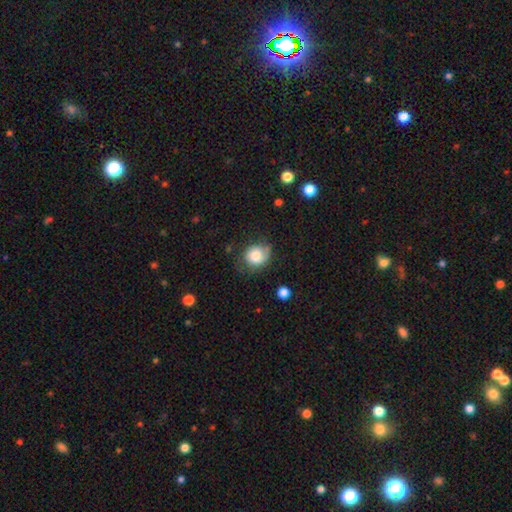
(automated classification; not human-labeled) smooth-or-featured: smooth: 74% | featured or disk: 17% | star or artifact: 9%
  how-rounded: round: 73% | in between: 26% | cigar-shaped: 1%
  merging: none: 58% | minor disturbance: 28% | major disturbance: 11% | merger: 3%